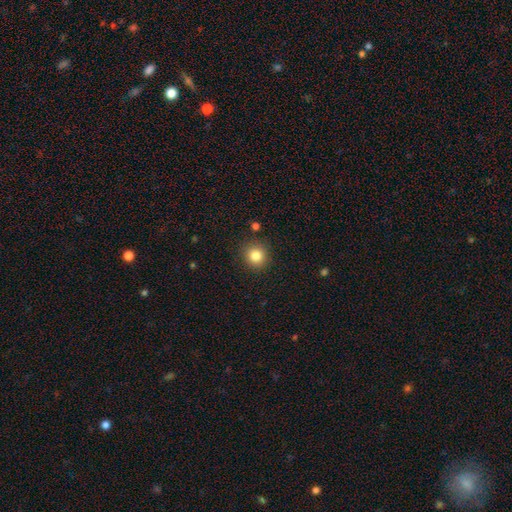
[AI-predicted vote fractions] smooth 84%, star or artifact 11%, featured or disk 5%. Down the decision tree: how rounded — round (92%); merging — none (89%).